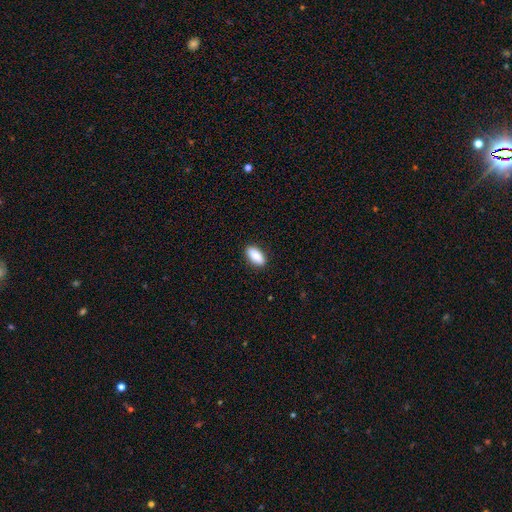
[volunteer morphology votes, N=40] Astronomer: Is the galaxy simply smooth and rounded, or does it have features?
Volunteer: smooth — 92%.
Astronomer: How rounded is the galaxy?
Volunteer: in between — 92%.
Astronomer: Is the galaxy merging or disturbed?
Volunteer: none — 89%.